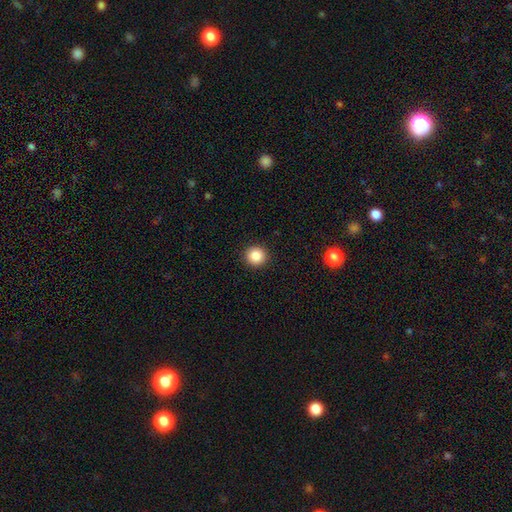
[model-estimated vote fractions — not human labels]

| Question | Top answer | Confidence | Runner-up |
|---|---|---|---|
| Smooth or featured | smooth | 86% | star or artifact (10%) |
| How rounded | round | 94% | in between (5%) |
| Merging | none | 93% | minor disturbance (5%) |